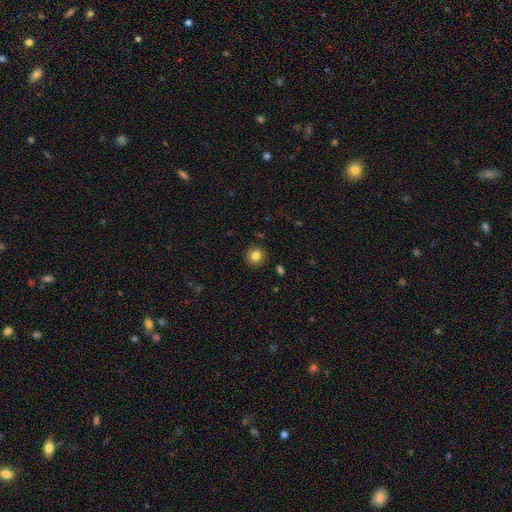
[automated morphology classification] Q: Smooth or featured?
A: smooth (82%); runner-up: star or artifact (11%)
Q: How rounded?
A: round (90%); runner-up: in between (9%)
Q: Merging?
A: none (90%); runner-up: minor disturbance (7%)